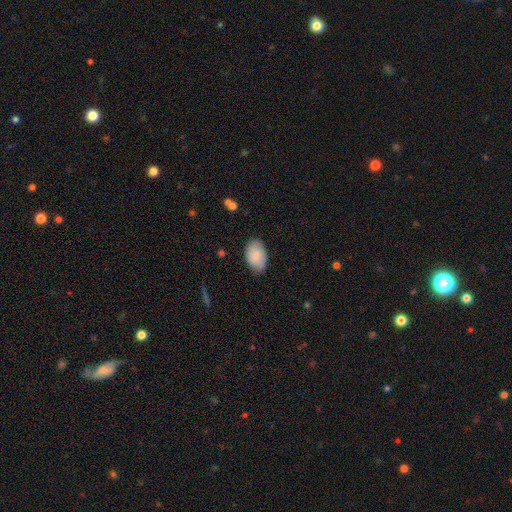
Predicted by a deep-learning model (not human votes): Smooth or featured?
  - smooth: 87% *
  - featured or disk: 6%
  - star or artifact: 6%
How rounded?
  - in between: 91% *
  - round: 8%
  - cigar-shaped: 1%
Merging?
  - none: 82% *
  - minor disturbance: 14%
  - major disturbance: 3%
  - merger: 1%